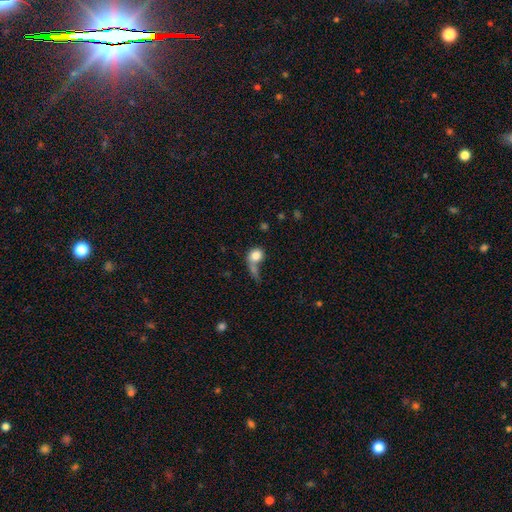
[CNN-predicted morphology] smooth_or_featured: smooth (p=0.78) [alt: featured or disk p=0.13]
how_rounded: round (p=0.69) [alt: in between p=0.29]
merging: merger (p=0.34) [alt: none p=0.29]